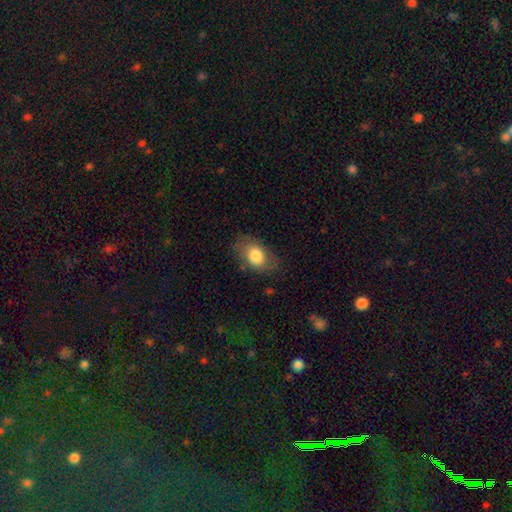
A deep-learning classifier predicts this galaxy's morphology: smooth 77%, featured or disk 16%, star or artifact 7%. Down the decision tree: how rounded — in between (86%); merging — none (73%).